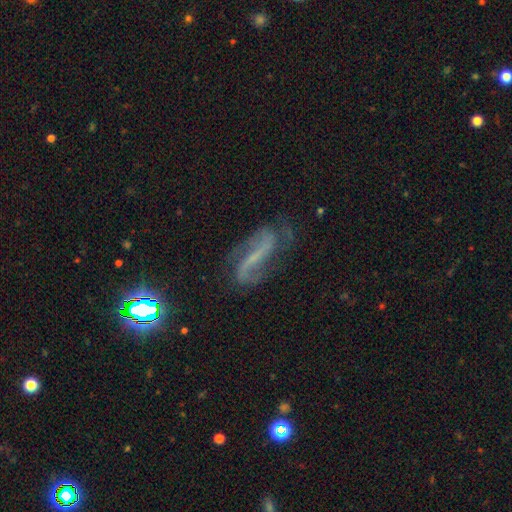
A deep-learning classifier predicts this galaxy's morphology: Overall: featured or disk (77%). Edge-on disk: no (89%). Bar: strong (52%; weak 30%). Spiral arms: yes (92%). Spiral arm count: 2 (85%). Spiral winding: loose (56%; medium 31%). Bulge size: none (46%; small 43%). Merging: none (68%).